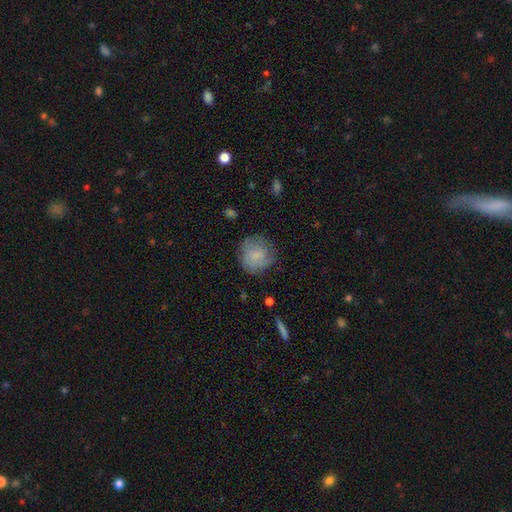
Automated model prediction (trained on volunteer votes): Overall: smooth (70%). How rounded: round (88%). Merging: none (70%).